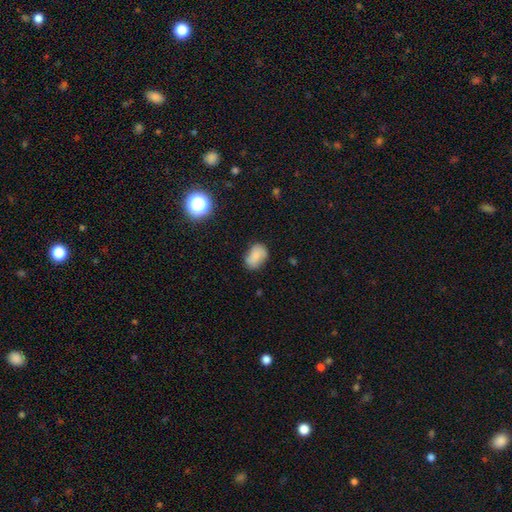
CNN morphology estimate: A smooth galaxy with no disk features (76%) that is in between round and cigar-shaped (81%). Merging: none (66%).